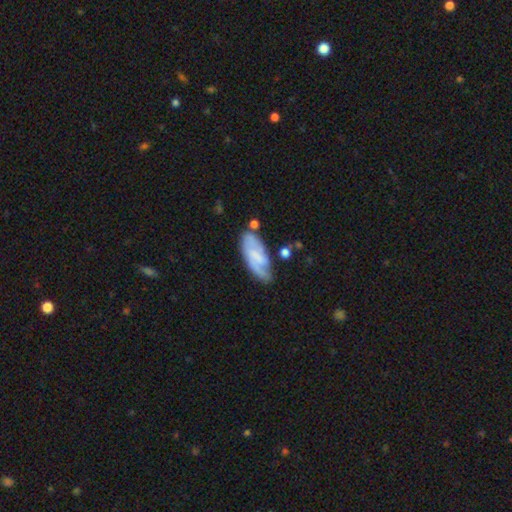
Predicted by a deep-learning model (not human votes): Morphology: type=featured or disk (53%); edge-on=no (90%); merging=none (56%).